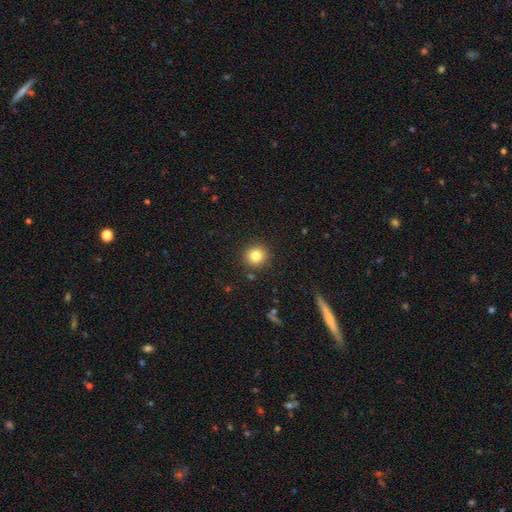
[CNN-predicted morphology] A smooth galaxy with no disk features (82%) that is round (93%). Merging: none (90%).